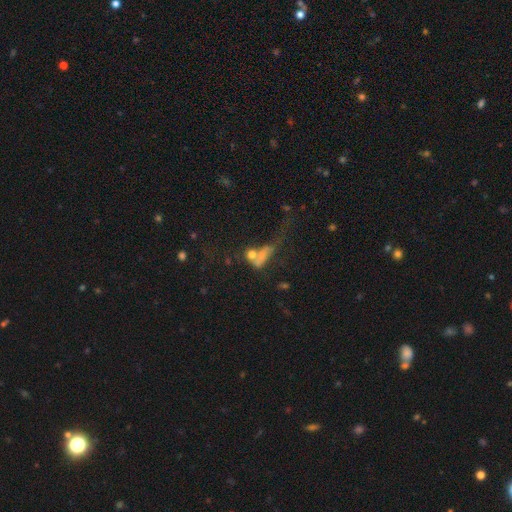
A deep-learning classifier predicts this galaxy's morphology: type=smooth (62%); roundness=in between (49%); merging=merger (41%).